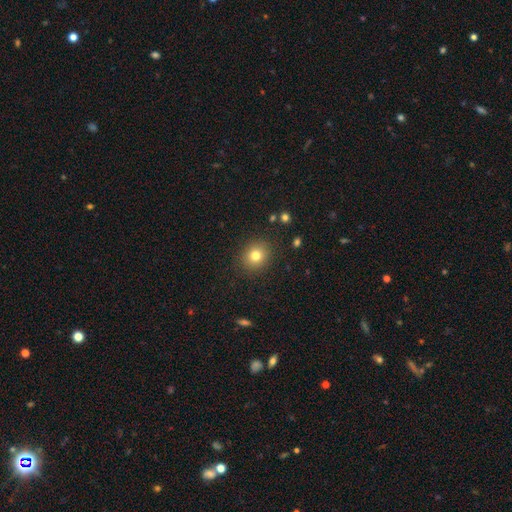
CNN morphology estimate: A smooth galaxy with no disk features (79%) that is round (80%). Merging: none (89%).